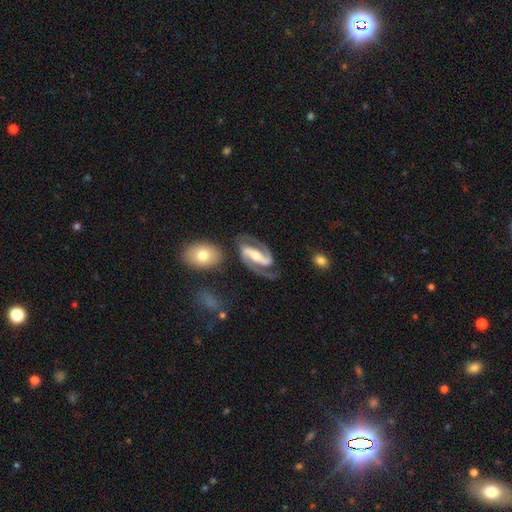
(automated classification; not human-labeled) Q: Smooth or featured?
A: featured or disk (90%); runner-up: smooth (5%)
Q: Edge-on disk?
A: no (96%); runner-up: yes (4%)
Q: Bar?
A: strong (67%); runner-up: weak (22%)
Q: Spiral arms?
A: yes (97%); runner-up: no (3%)
Q: Spiral winding?
A: medium (58%); runner-up: tight (23%)
Q: Spiral arm count?
A: 2 (93%); runner-up: 1 (2%)
Q: Bulge size?
A: moderate (54%); runner-up: small (30%)
Q: Merging?
A: none (74%); runner-up: minor disturbance (14%)